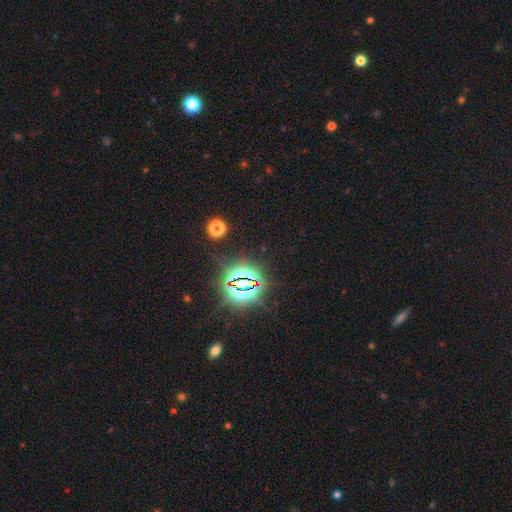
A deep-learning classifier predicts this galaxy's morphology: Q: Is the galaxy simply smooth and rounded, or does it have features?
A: star or artifact — 84%.